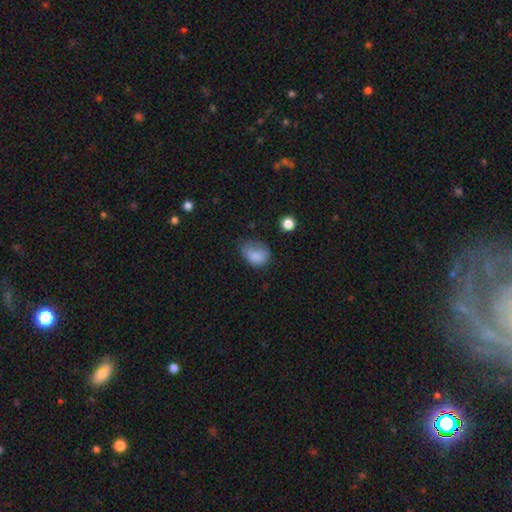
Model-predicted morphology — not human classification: Overall: smooth (81%). How rounded: in between (67%; round 31%). Merging: none (42%; minor disturbance 37%).